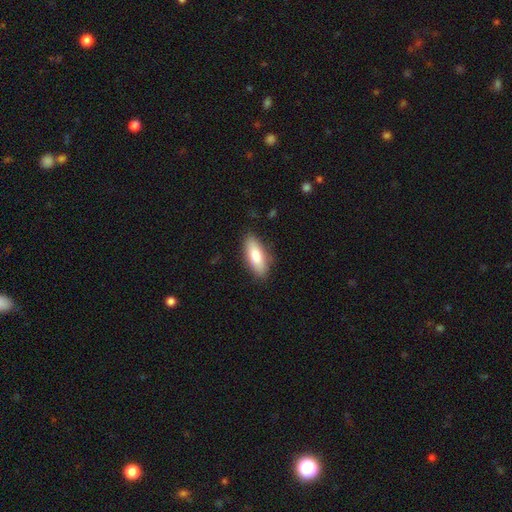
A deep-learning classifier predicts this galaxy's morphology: A smooth galaxy with no disk features (79%) that is in between round and cigar-shaped (71%). Merging: none (85%).